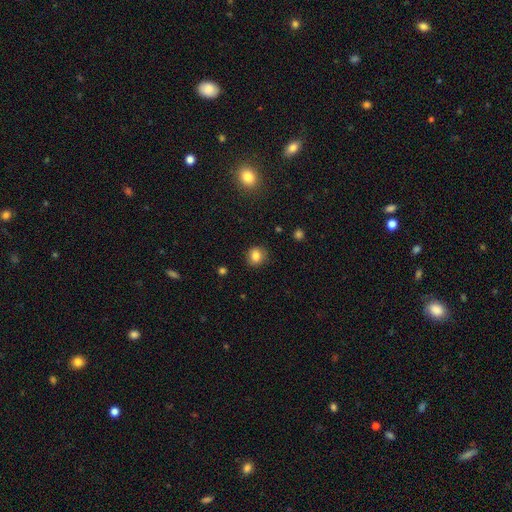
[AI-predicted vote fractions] smooth 83%, star or artifact 11%, featured or disk 6%. Down the decision tree: how rounded — round (76%); merging — none (85%).